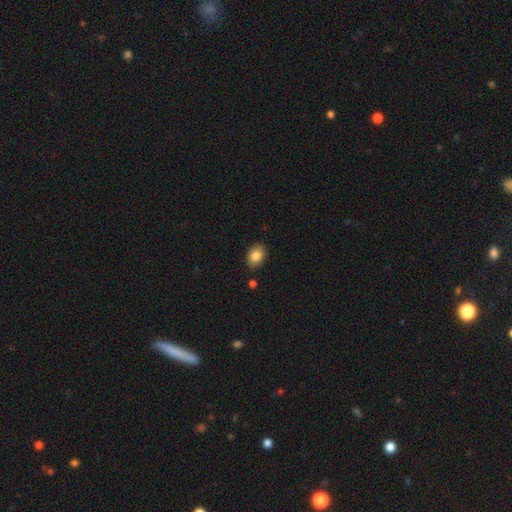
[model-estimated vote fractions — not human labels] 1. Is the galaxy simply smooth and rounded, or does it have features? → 85% smooth, 8% star or artifact, 7% featured or disk.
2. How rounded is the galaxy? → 84% in between, 15% round, 1% cigar-shaped.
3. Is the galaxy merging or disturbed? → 86% none, 10% minor disturbance, 2% major disturbance, 2% merger.